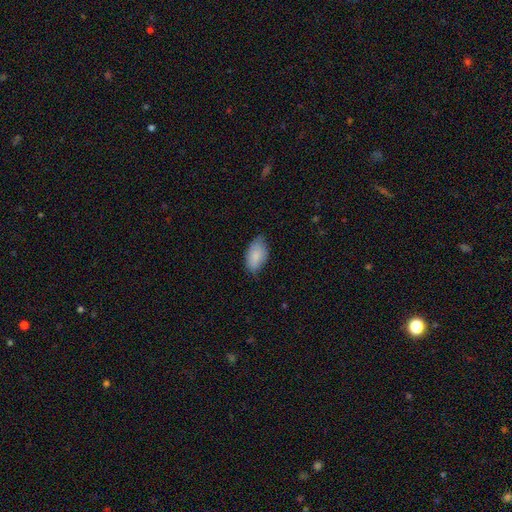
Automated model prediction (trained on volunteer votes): smooth-or-featured: smooth: 87% | featured or disk: 7% | star or artifact: 6%
  how-rounded: in between: 94% | round: 4% | cigar-shaped: 2%
  merging: none: 69% | minor disturbance: 26% | major disturbance: 4% | merger: 1%